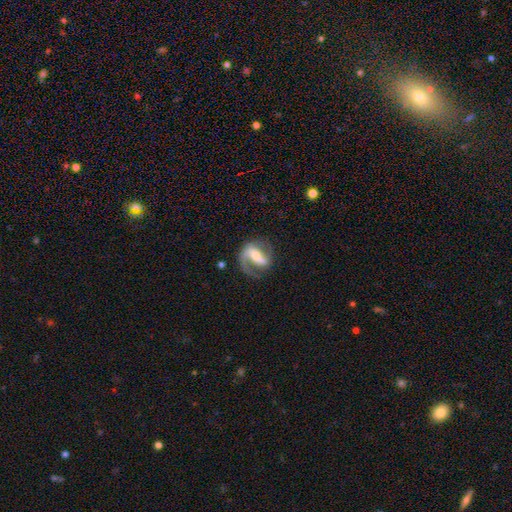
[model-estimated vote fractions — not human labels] Overall: featured or disk (84%). Edge-on disk: no (97%). Bar: strong (52%; weak 33%). Spiral arms: yes (94%). Spiral arm count: 2 (73%). Spiral winding: medium (50%; loose 31%). Bulge size: moderate (45%; small 37%). Merging: none (67%).